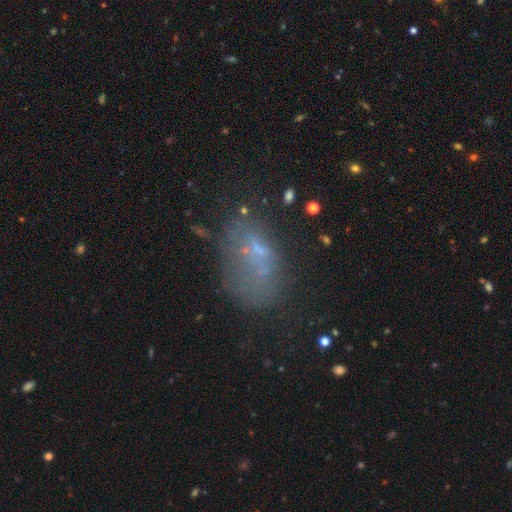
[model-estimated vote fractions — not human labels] smooth_or_featured: smooth (p=0.44) [alt: featured or disk p=0.34]
merging: none (p=0.42) [alt: major disturbance p=0.23]